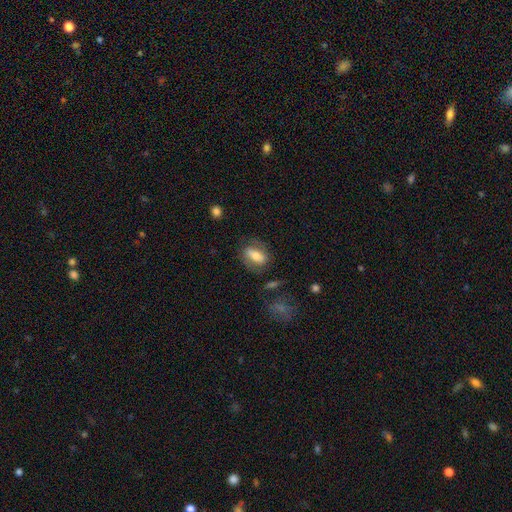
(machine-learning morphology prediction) Smooth or featured?
  - smooth: 62% *
  - featured or disk: 31%
  - star or artifact: 7%
How rounded?
  - in between: 82% *
  - round: 11%
  - cigar-shaped: 8%
Merging?
  - none: 69% *
  - minor disturbance: 18%
  - major disturbance: 10%
  - merger: 3%